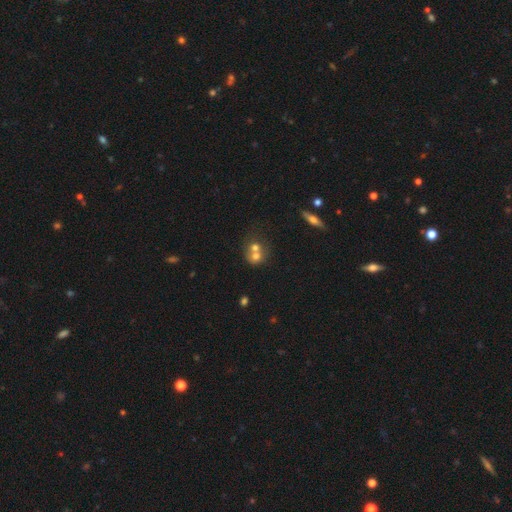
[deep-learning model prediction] The model was most divided on "smooth or featured": smooth: 61%, featured or disk: 27%, star or artifact: 12%. More confident: how rounded — round (73%); merging — merger (64%).